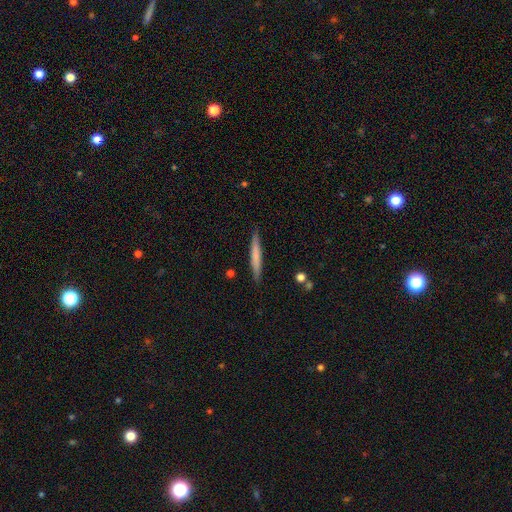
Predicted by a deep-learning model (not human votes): This is likely a smooth galaxy (64%). How rounded: clearly cigar-shaped (96%). Merging: clearly none (89%).